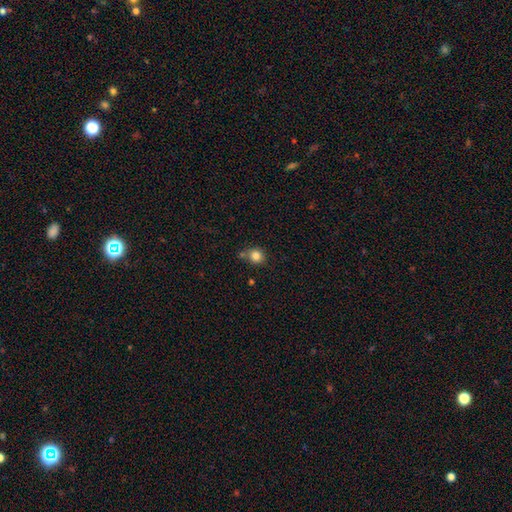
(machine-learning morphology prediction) type=smooth (83%); roundness=round (86%); merging=none (70%).